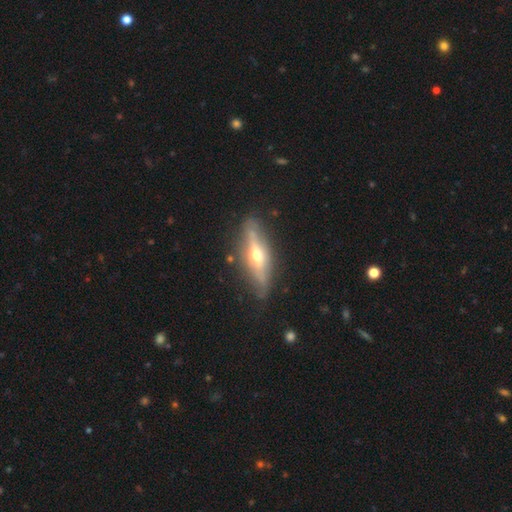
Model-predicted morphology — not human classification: A featured or disk galaxy (69%) viewed edge-on (85%) with a rounded central bulge (91%). Merging: none (79%).